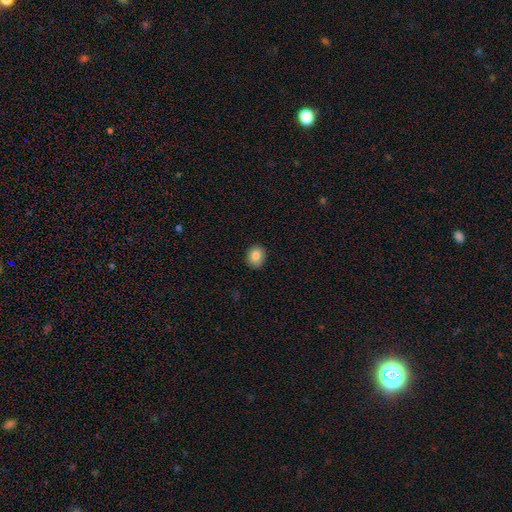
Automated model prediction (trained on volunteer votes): This is clearly a smooth galaxy (84%). How rounded: likely round (61%). Merging: clearly none (88%).